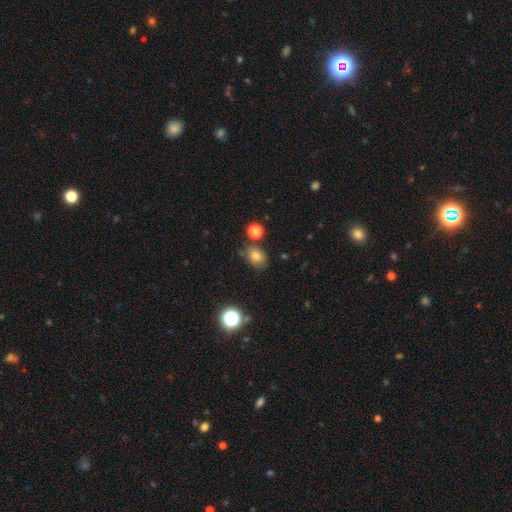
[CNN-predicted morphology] Smooth or featured? smooth (78%)
How rounded? in between (59%)
Merging? none (69%)